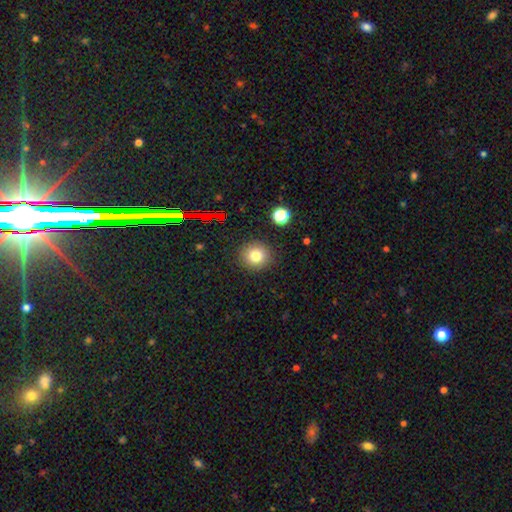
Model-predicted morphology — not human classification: type=smooth (78%); roundness=round (91%); merging=none (89%).